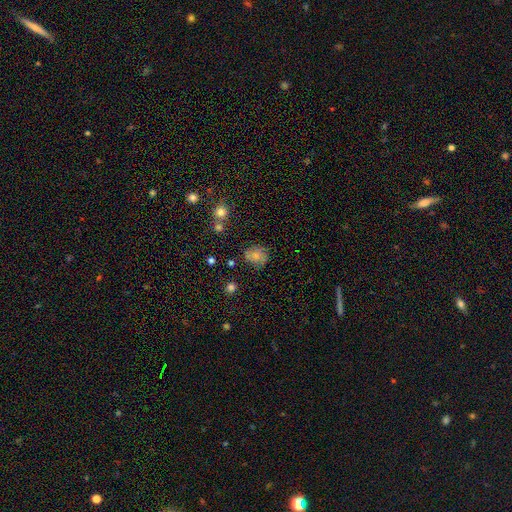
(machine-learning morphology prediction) Smooth or featured: smooth — 69% (featured or disk — 19%)
How rounded: round — 63% (in between — 36%)
Merging: none — 68% (minor disturbance — 22%)